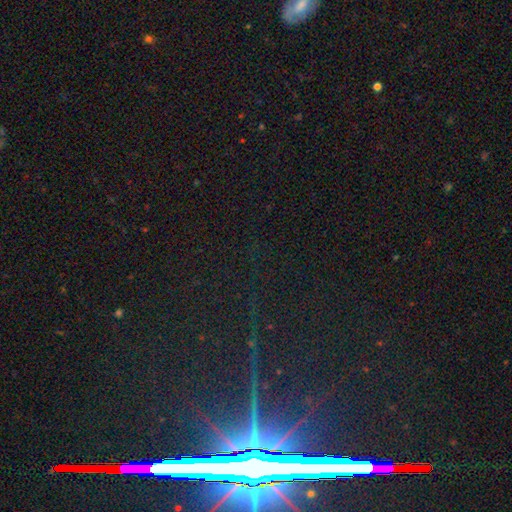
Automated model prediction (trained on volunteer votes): The model was most divided on "smooth or featured": star or artifact: 81%, featured or disk: 10%, smooth: 8%.